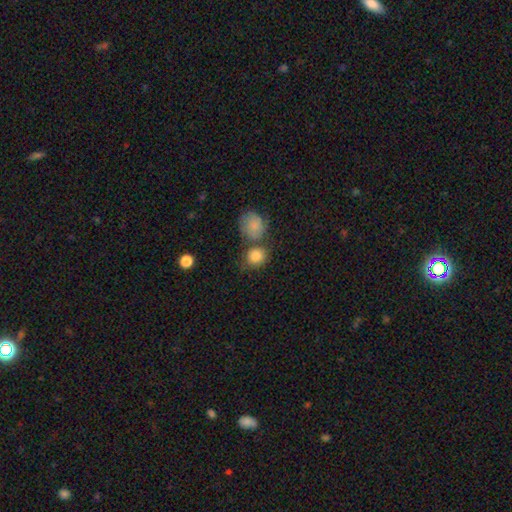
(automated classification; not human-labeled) Q: Smooth or featured?
A: smooth (86%); runner-up: star or artifact (8%)
Q: How rounded?
A: round (76%); runner-up: in between (23%)
Q: Merging?
A: none (54%); runner-up: merger (30%)